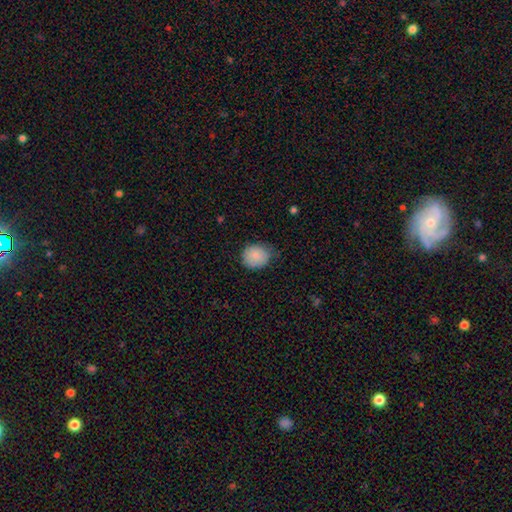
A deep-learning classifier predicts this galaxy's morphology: The model was most divided on "merging": none: 68%, minor disturbance: 26%, major disturbance: 5%, merger: 1%. More confident: smooth or featured — smooth (83%); how rounded — round (76%).